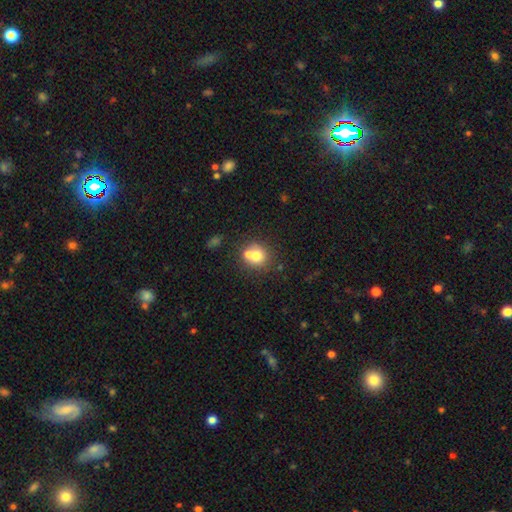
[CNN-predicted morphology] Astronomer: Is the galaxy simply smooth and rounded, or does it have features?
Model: smooth — 70%.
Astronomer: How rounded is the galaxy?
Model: round — 83%.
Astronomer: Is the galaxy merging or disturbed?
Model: none — 49% (runner-up: merger, 39%).